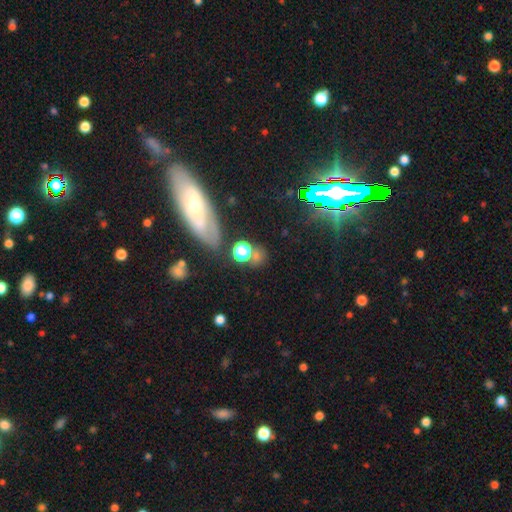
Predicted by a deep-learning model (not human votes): Q: Smooth or featured?
A: smooth (53%); runner-up: star or artifact (31%)
Q: How rounded?
A: round (60%); runner-up: in between (34%)
Q: Merging?
A: none (66%); runner-up: minor disturbance (14%)